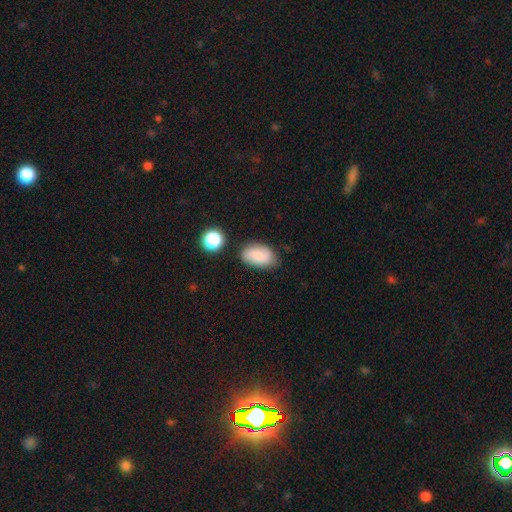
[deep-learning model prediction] The model was most divided on "merging": none: 71%, minor disturbance: 18%, merger: 6%, major disturbance: 5%. More confident: how rounded — in between (90%); smooth or featured — smooth (76%).